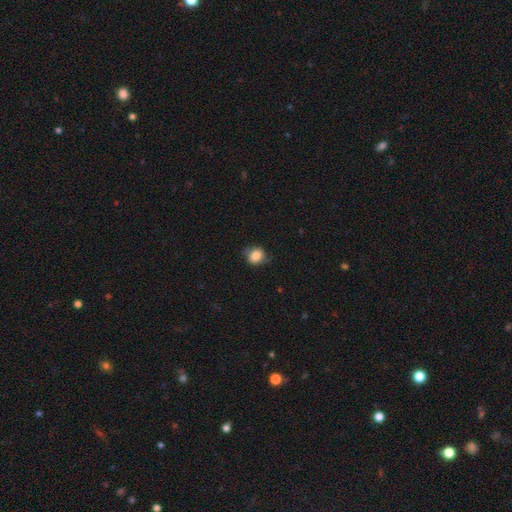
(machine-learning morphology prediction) The model was most divided on "how rounded": round: 63%, in between: 36%, cigar-shaped: 1%. More confident: smooth or featured — smooth (80%); merging — none (68%).